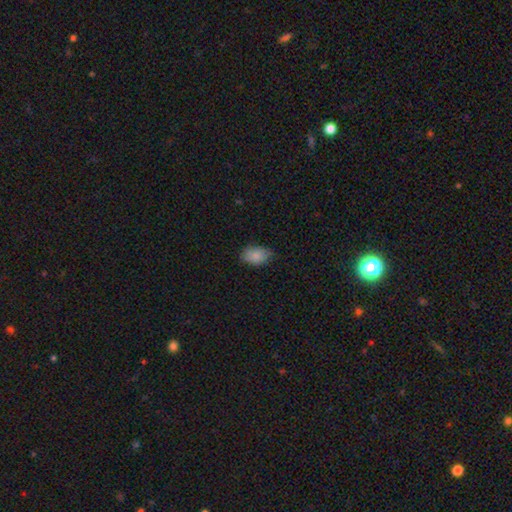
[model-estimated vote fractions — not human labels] smooth 86%, star or artifact 8%, featured or disk 6%. Down the decision tree: how rounded — in between (89%); merging — none (73%).